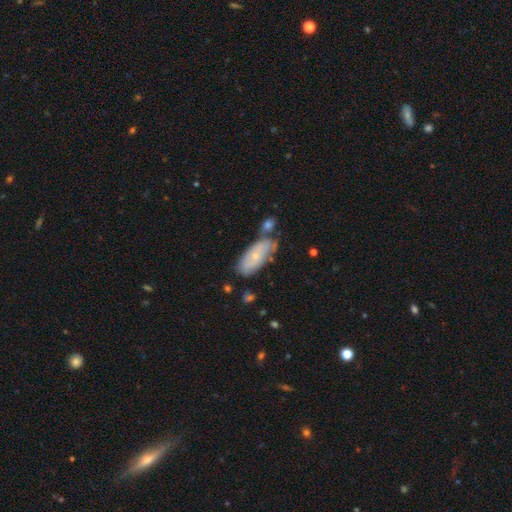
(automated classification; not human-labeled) Smooth or featured? Predicted: smooth (p=0.54). How rounded? Predicted: in between (p=0.81). Merging? Predicted: none (p=0.54).